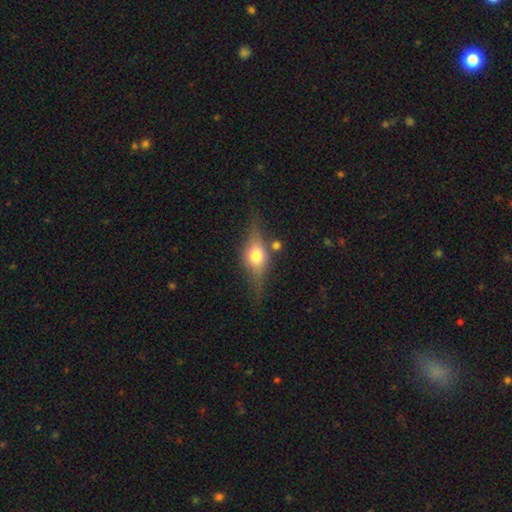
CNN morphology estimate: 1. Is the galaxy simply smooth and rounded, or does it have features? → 48% featured or disk, 43% smooth, 9% star or artifact.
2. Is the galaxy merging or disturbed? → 68% none, 19% minor disturbance, 8% major disturbance, 6% merger.